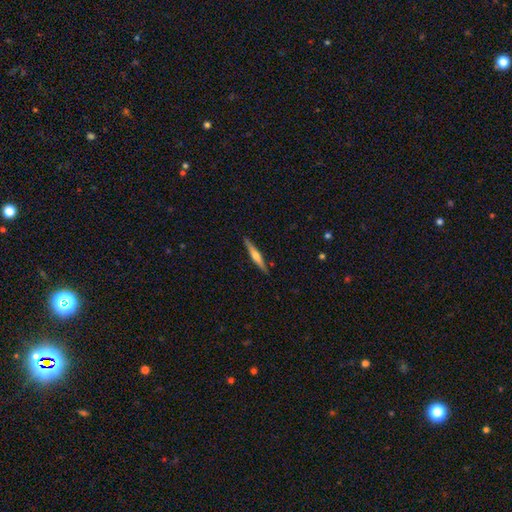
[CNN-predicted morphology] This appears to be a featured or disk galaxy (57%) viewed edge-on (96%) with a rounded central bulge (78%). Merging: none (88%).